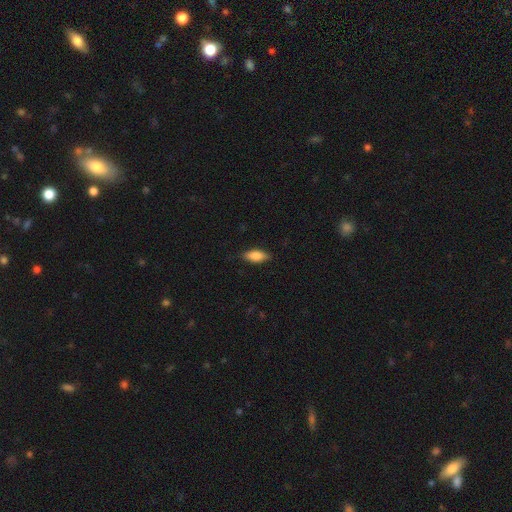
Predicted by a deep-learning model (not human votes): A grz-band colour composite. It shows a smooth galaxy with no disk features (83%) that is in between round and cigar-shaped (80%). Merging: none (85%).